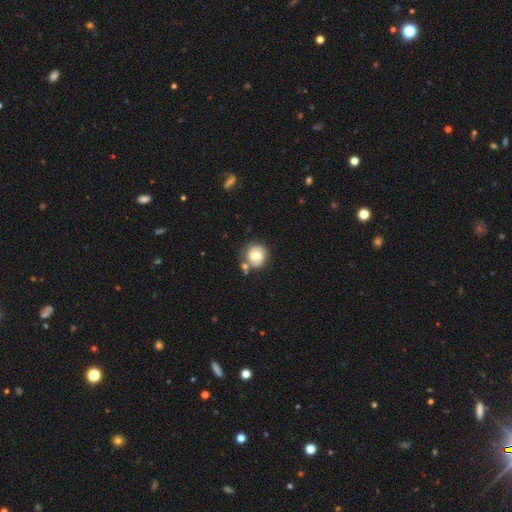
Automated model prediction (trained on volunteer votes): Q: Smooth or featured?
A: featured or disk (53%); runner-up: smooth (39%)
Q: Edge-on disk?
A: no (97%); runner-up: yes (3%)
Q: Bar?
A: no (54%); runner-up: weak (36%)
Q: Spiral arms?
A: yes (79%); runner-up: no (21%)
Q: Bulge size?
A: moderate (63%); runner-up: large (23%)
Q: Merging?
A: none (64%); runner-up: minor disturbance (19%)